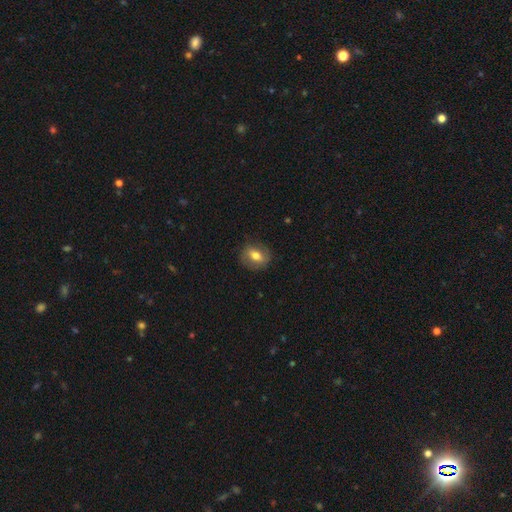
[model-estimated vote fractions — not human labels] smooth-or-featured: smooth: 62% | featured or disk: 29% | star or artifact: 9%
  how-rounded: round: 54% | in between: 45% | cigar-shaped: 2%
  merging: none: 81% | minor disturbance: 14% | major disturbance: 4% | merger: 1%